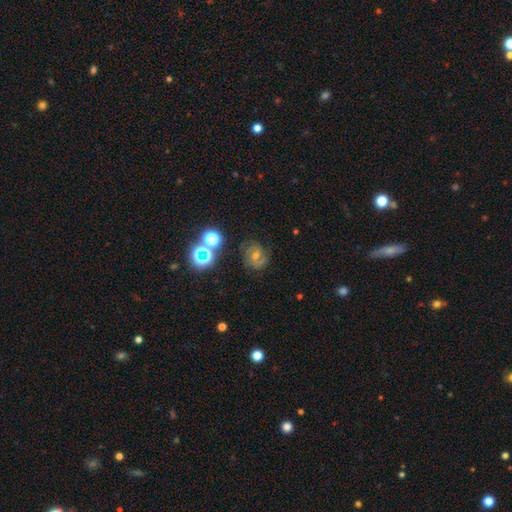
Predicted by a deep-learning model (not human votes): Overall: featured or disk (54%; star or artifact 27%). Edge-on disk: no (97%). Bar: no (56%; weak 34%). Spiral arms: yes (88%). Bulge size: moderate (53%; small 41%). Merging: none (76%).